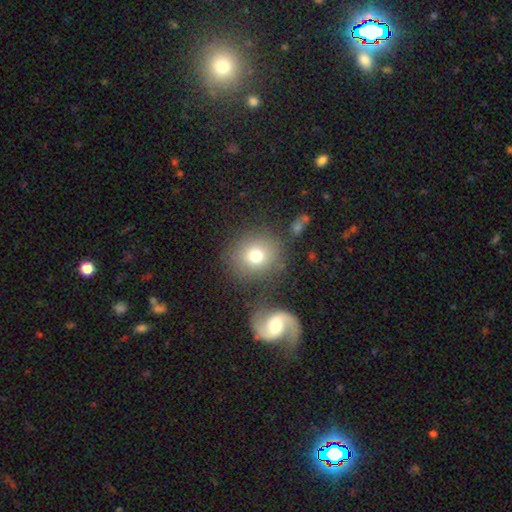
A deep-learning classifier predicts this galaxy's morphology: The model was most divided on "smooth or featured": smooth: 73%, featured or disk: 15%, star or artifact: 12%. More confident: how rounded — round (85%); merging — none (75%).